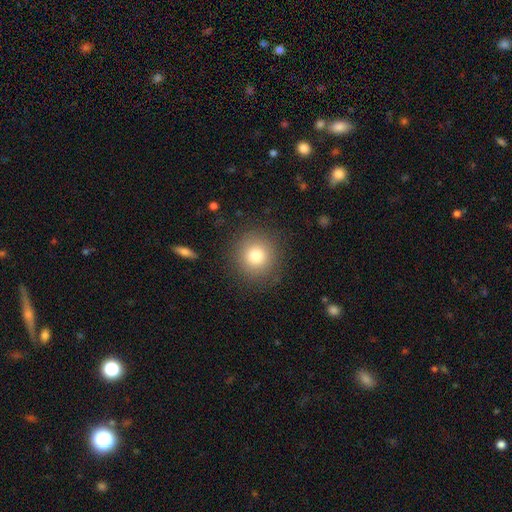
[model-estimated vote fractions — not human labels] This appears to be a smooth galaxy with no disk features (80%) that is round (90%). Merging: none (87%).